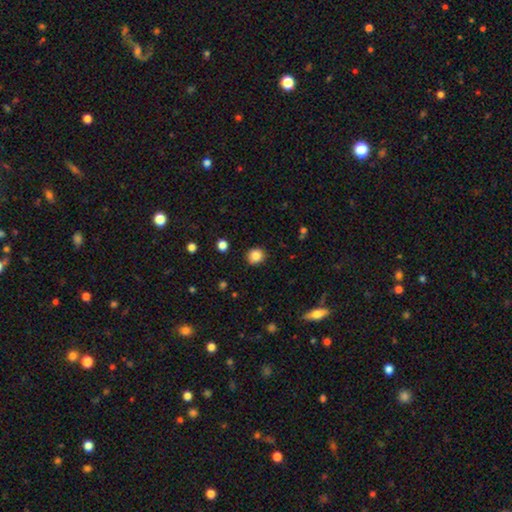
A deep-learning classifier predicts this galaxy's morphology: Smooth or featured? smooth (85%)
How rounded? round (86%)
Merging? none (88%)